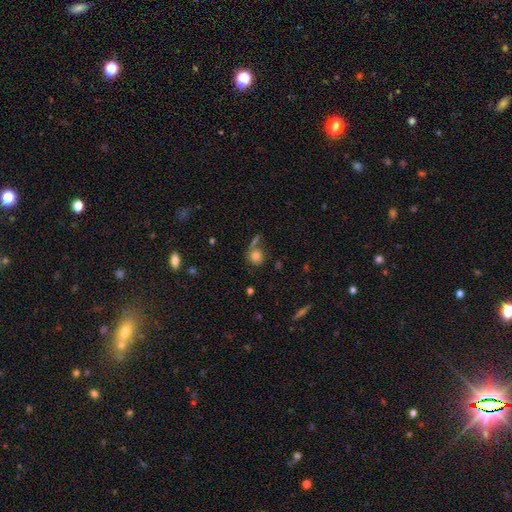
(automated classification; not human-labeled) smooth_or_featured: smooth (p=0.75) [alt: featured or disk p=0.14]
how_rounded: round (p=0.82) [alt: in between p=0.16]
merging: none (p=0.57) [alt: merger p=0.17]